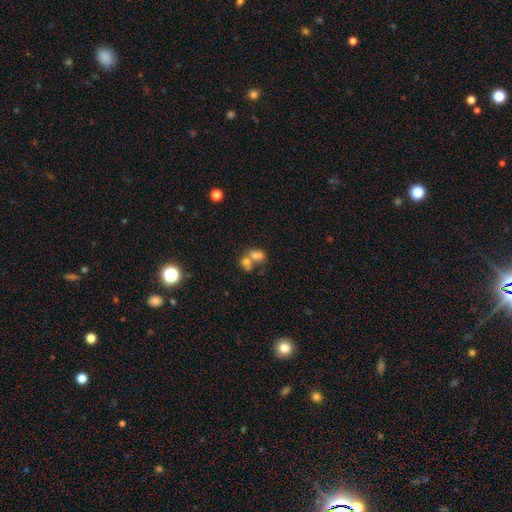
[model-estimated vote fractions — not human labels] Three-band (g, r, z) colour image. It shows a smooth galaxy with no disk features (73%) that is in between round and cigar-shaped (73%). Merging: merger (65%).